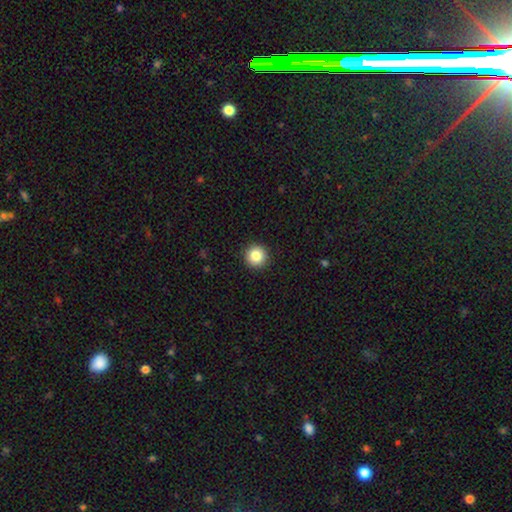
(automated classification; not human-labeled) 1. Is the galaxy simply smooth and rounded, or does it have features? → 84% smooth, 10% star or artifact, 6% featured or disk.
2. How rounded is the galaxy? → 96% round, 3% in between, 1% cigar-shaped.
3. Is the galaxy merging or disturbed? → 93% none, 4% minor disturbance, 2% major disturbance, 1% merger.